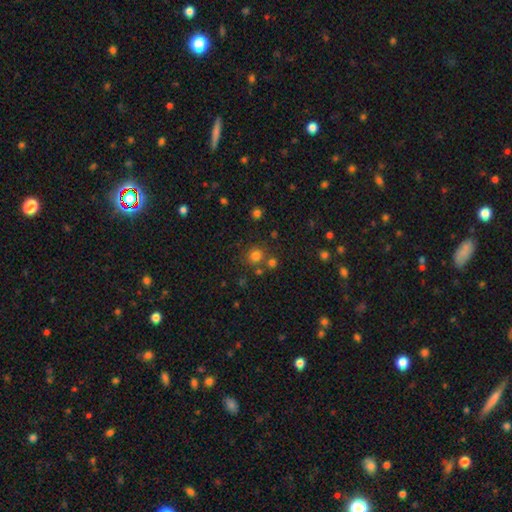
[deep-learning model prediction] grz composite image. It shows a smooth galaxy with no disk features (76%) that is round (87%). Merging: none (73%).